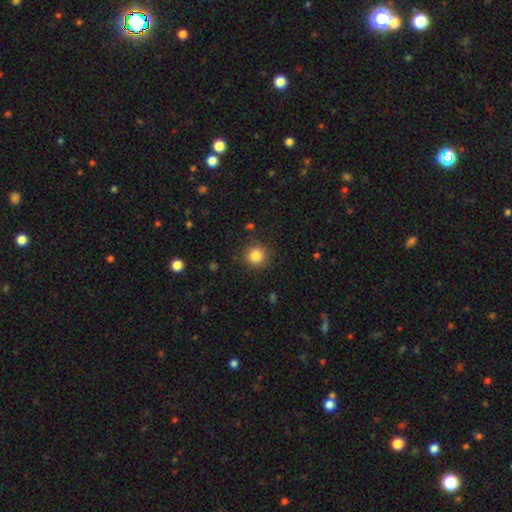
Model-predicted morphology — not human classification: Smooth or featured? smooth (84%)
How rounded? round (94%)
Merging? none (88%)